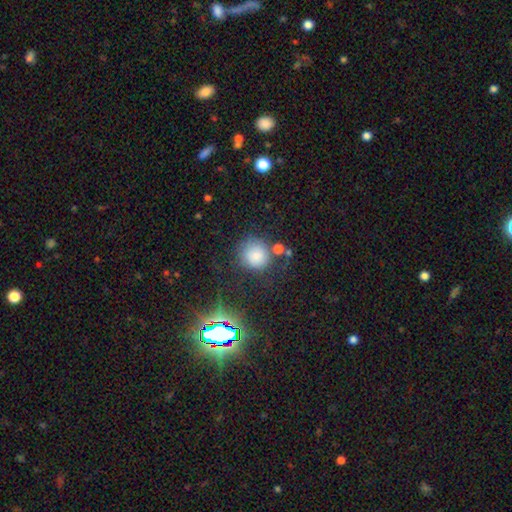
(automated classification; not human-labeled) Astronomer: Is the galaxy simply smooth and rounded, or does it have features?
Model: smooth — 77%.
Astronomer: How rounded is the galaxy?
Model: round — 90%.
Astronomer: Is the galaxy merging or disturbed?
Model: none — 62%.